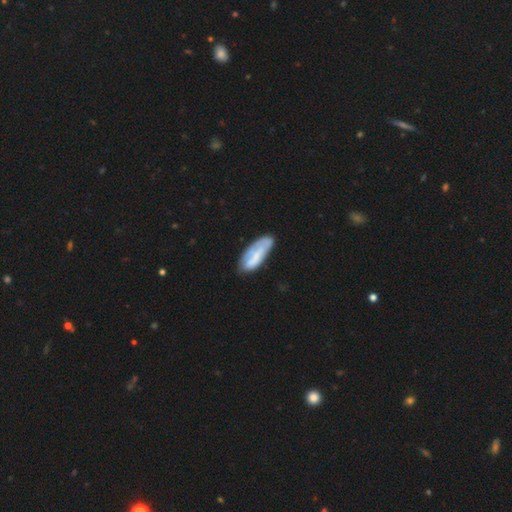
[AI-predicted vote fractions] Smooth or featured: smooth — 58% (featured or disk — 36%)
How rounded: in between — 71% (cigar-shaped — 27%)
Merging: none — 54% (minor disturbance — 30%)